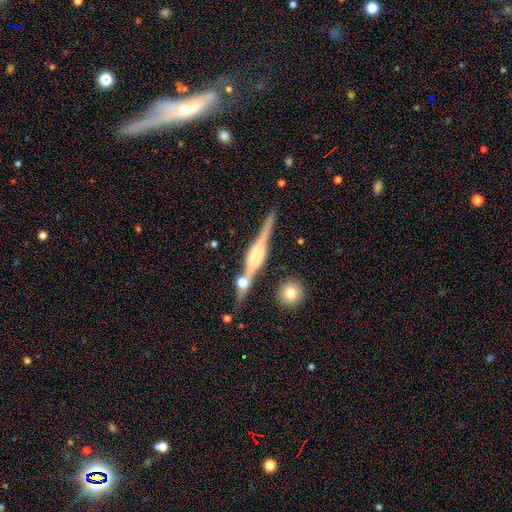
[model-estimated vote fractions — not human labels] smooth_or_featured: featured or disk (p=0.84) [alt: smooth p=0.10]
disk_edge_on: yes (p=0.97) [alt: no p=0.03]
edge_on_bulge: rounded (p=0.52) [alt: boxy p=0.41]
merging: none (p=0.77) [alt: minor disturbance p=0.13]